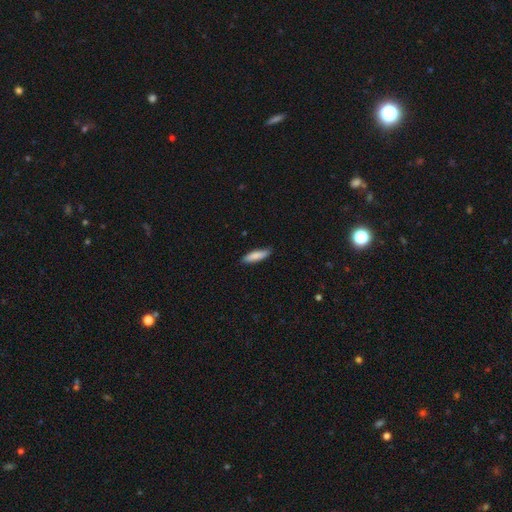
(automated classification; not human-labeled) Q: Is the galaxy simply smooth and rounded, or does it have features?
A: smooth — 84%.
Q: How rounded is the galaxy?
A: cigar-shaped — 68%.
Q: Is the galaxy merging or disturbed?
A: none — 84%.